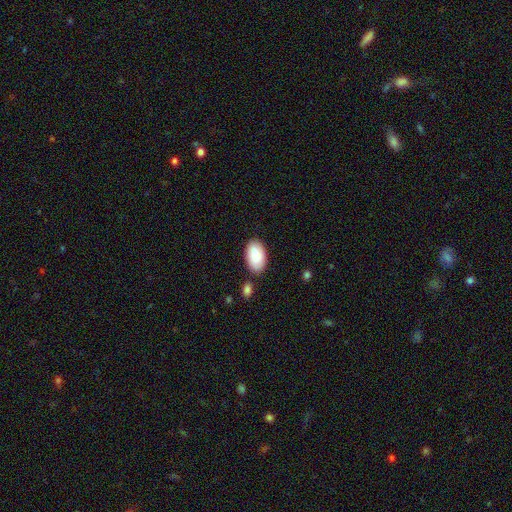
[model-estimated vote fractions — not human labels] This is clearly a smooth galaxy (88%). How rounded: clearly in between (95%). Merging: likely none (80%).